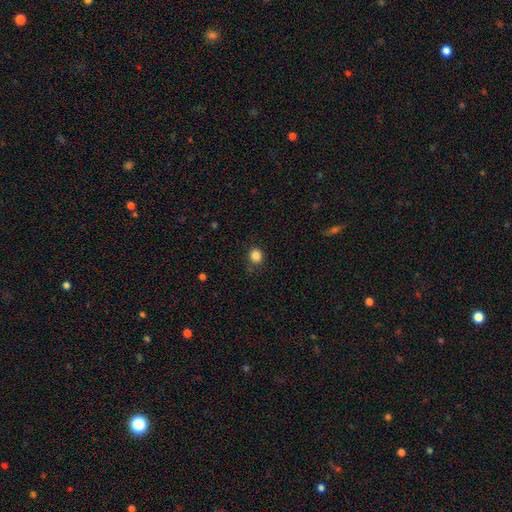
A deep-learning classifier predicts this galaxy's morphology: Smooth or featured? Predicted: smooth (p=0.85). How rounded? Predicted: round (p=0.80). Merging? Predicted: none (p=0.82).